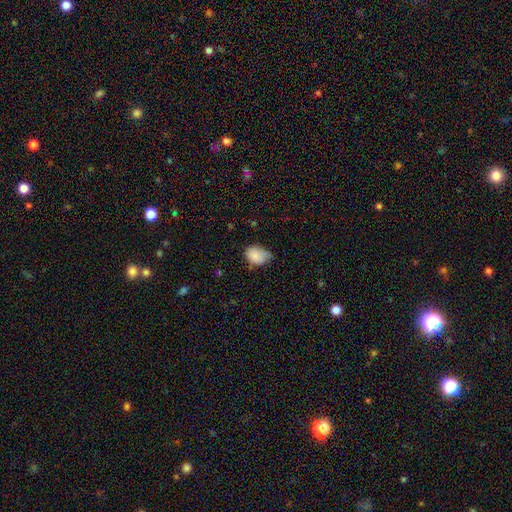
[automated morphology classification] Overall: smooth (84%). How rounded: in between (71%). Merging: minor disturbance (47%; none 36%).